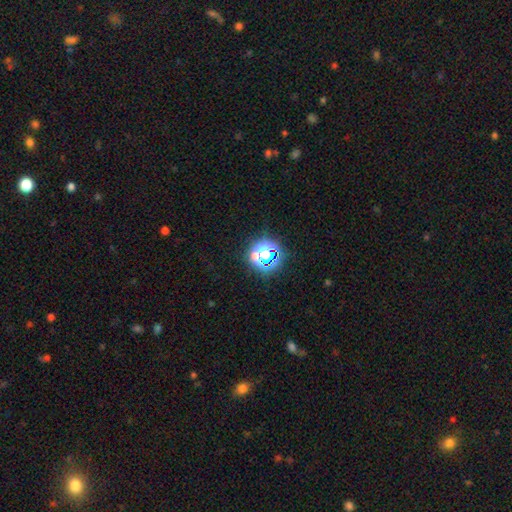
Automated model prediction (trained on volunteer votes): Smooth or featured? star or artifact (59%)